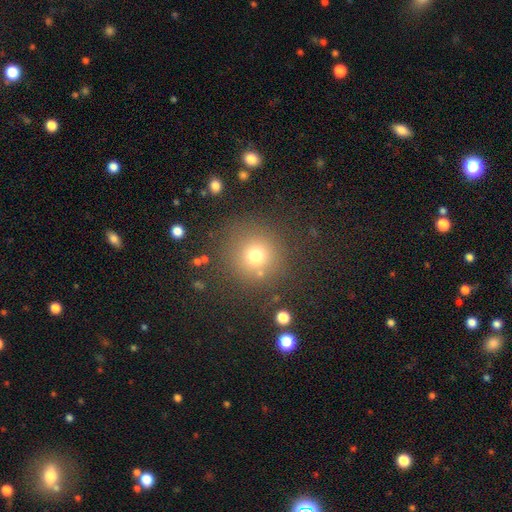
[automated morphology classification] This is likely a smooth galaxy (73%). How rounded: clearly round (94%). Merging: clearly none (83%).